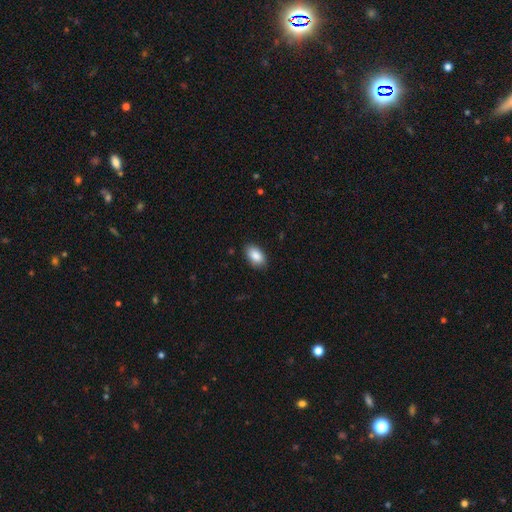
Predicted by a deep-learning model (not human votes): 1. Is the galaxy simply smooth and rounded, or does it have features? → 88% smooth, 7% star or artifact, 5% featured or disk.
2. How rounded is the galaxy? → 94% in between, 5% round, 2% cigar-shaped.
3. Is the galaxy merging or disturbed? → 87% none, 9% minor disturbance, 2% major disturbance, 1% merger.